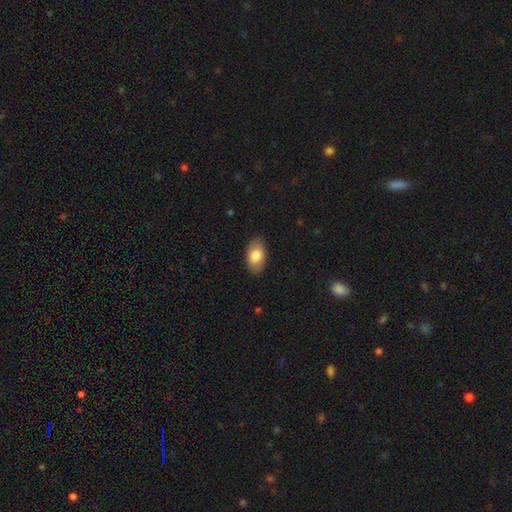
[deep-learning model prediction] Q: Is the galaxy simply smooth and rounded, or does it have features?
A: smooth — 83%.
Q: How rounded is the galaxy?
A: in between — 93%.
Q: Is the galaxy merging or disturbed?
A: none — 86%.